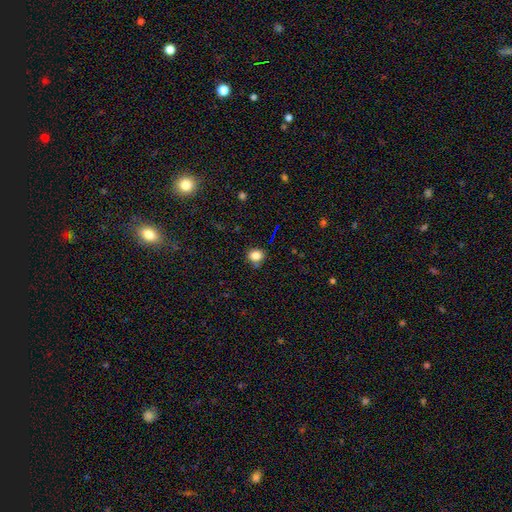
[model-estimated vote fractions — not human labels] Smooth or featured? smooth (82%)
How rounded? round (74%)
Merging? none (78%)